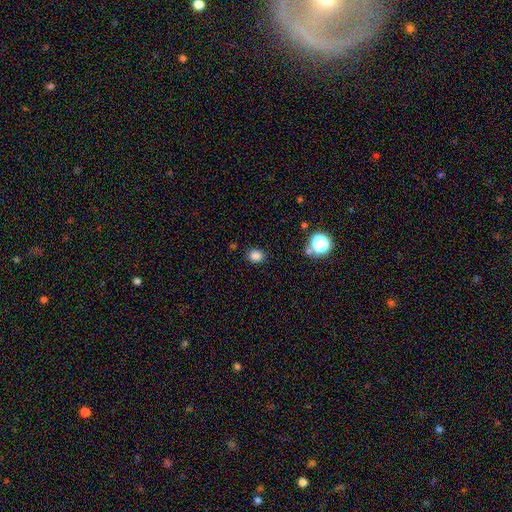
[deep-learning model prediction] Morphology: type=smooth (82%); roundness=round (60%); merging=none (86%).